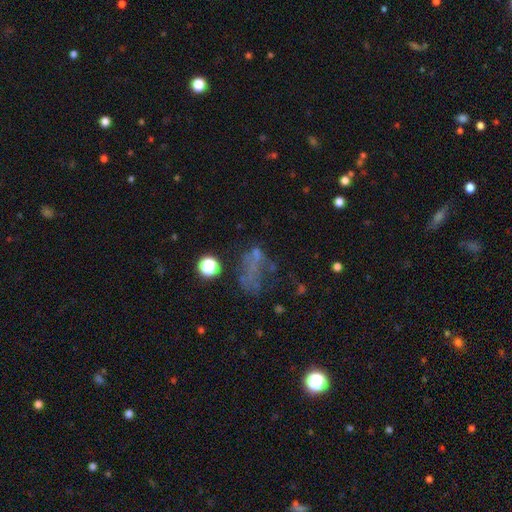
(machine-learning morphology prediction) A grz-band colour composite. It shows a smooth galaxy with no disk features (37%). Merging: none (37%).